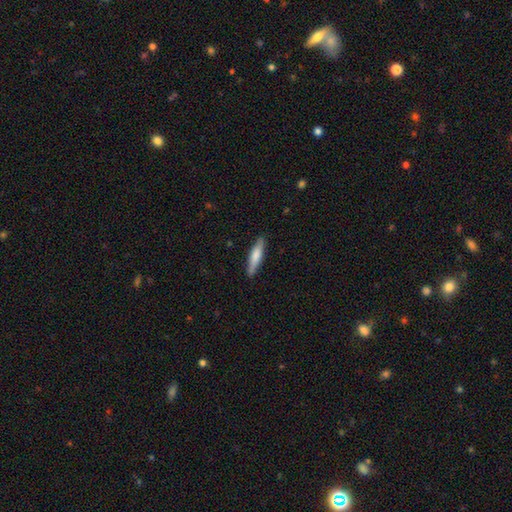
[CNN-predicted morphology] This is likely a smooth galaxy (69%). How rounded: clearly cigar-shaped (83%). Merging: clearly none (88%).